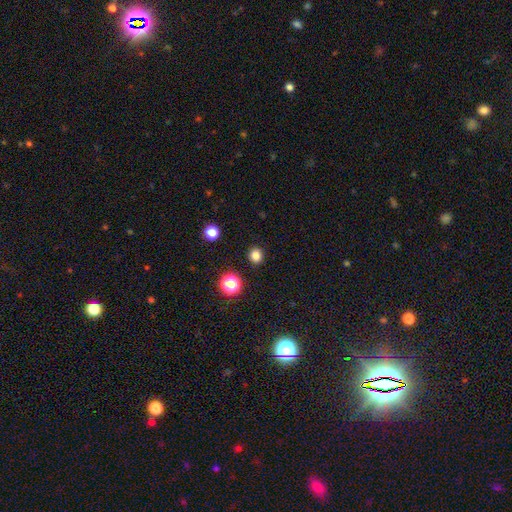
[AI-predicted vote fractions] smooth_or_featured: smooth (p=0.82) [alt: star or artifact p=0.14]
how_rounded: round (p=0.79) [alt: in between p=0.20]
merging: none (p=0.91) [alt: minor disturbance p=0.06]